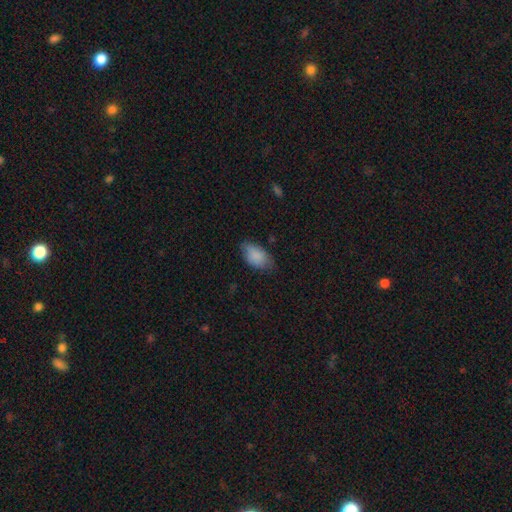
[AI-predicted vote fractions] smooth-or-featured: smooth: 86% | featured or disk: 7% | star or artifact: 7%
  how-rounded: in between: 92% | round: 6% | cigar-shaped: 2%
  merging: none: 66% | minor disturbance: 27% | major disturbance: 6% | merger: 1%